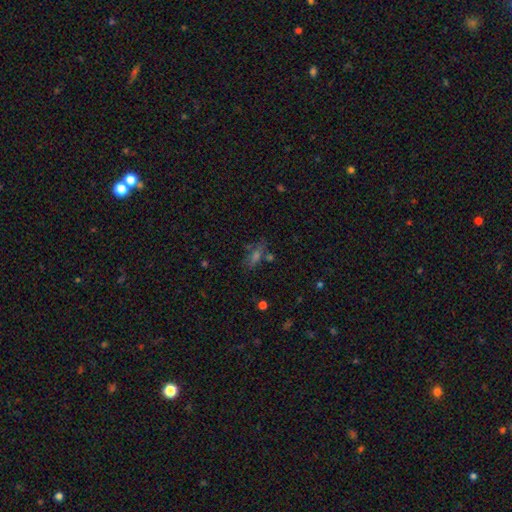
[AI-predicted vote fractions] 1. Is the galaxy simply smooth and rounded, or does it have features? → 44% smooth, 34% star or artifact, 22% featured or disk.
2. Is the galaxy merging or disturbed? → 68% none, 16% minor disturbance, 9% merger, 7% major disturbance.